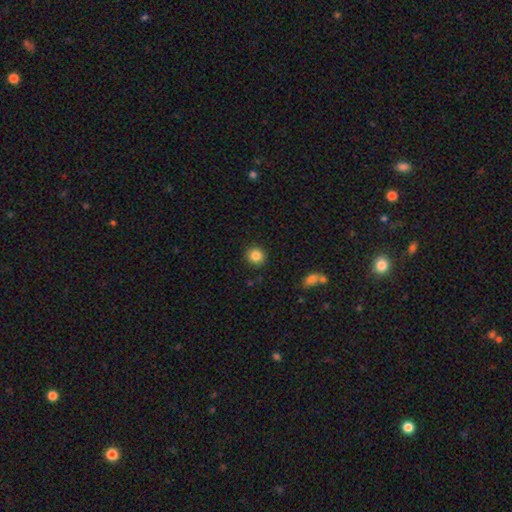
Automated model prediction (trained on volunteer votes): A smooth galaxy with no disk features (85%) that is round (91%). Merging: none (91%).